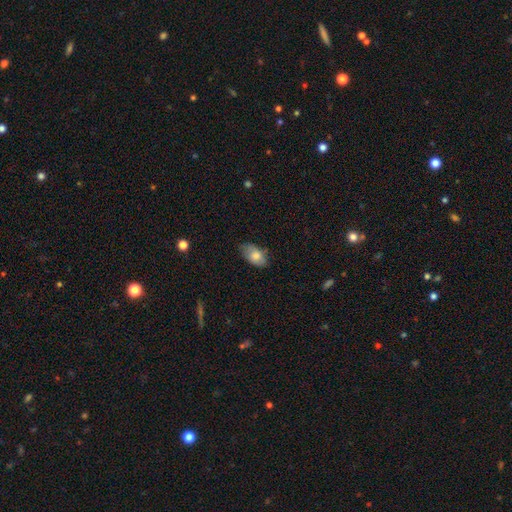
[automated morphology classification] This is likely a smooth galaxy (78%). How rounded: clearly in between (92%). Merging: likely none (70%).